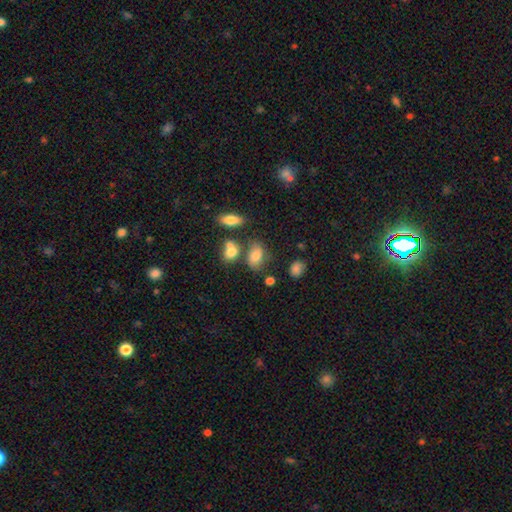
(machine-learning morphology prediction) The model was most divided on "merging": none: 56%, minor disturbance: 21%, merger: 16%, major disturbance: 8%. More confident: how rounded — in between (85%); smooth or featured — smooth (75%).